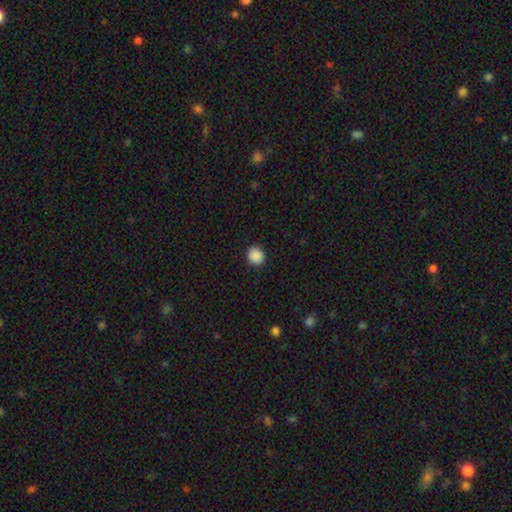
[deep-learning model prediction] The model was most divided on "how rounded": round: 83%, in between: 16%, cigar-shaped: 1%. More confident: merging — none (91%); smooth or featured — smooth (89%).